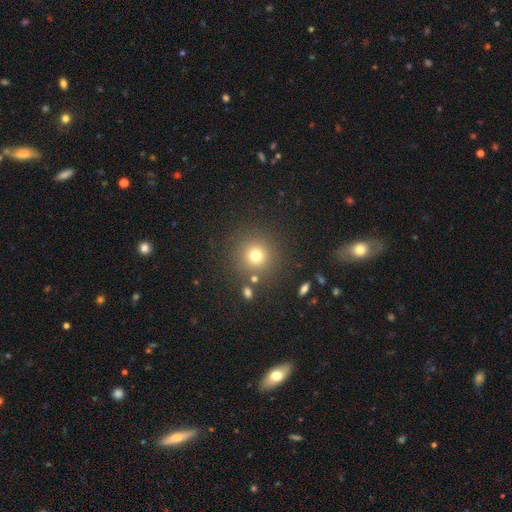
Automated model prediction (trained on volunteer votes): Q: Smooth or featured?
A: smooth (74%); runner-up: star or artifact (17%)
Q: How rounded?
A: round (94%); runner-up: in between (5%)
Q: Merging?
A: none (84%); runner-up: minor disturbance (7%)